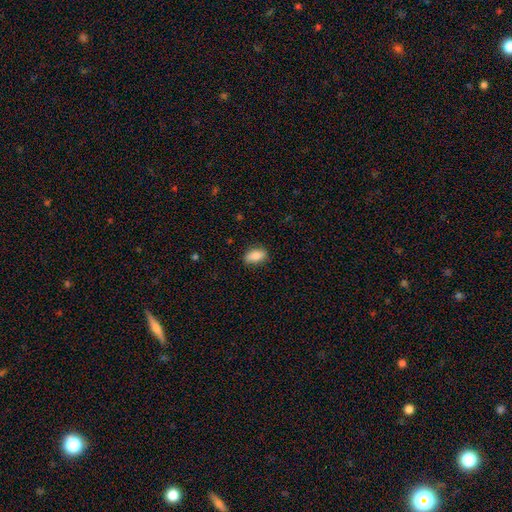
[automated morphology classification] smooth 83%, featured or disk 10%, star or artifact 7%. Down the decision tree: how rounded — in between (88%); merging — none (81%).